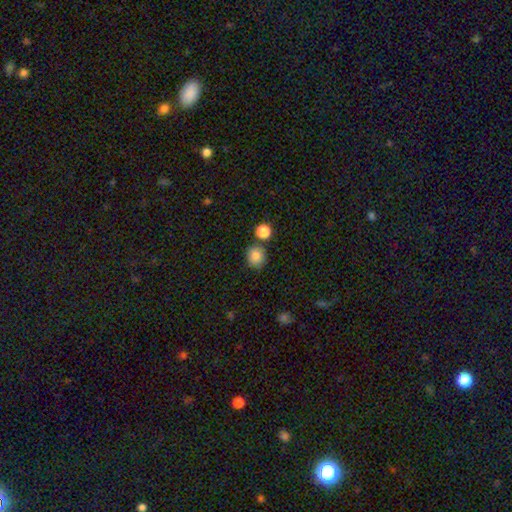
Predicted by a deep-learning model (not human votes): smooth 85%, star or artifact 10%, featured or disk 6%. Down the decision tree: how rounded — round (84%); merging — none (79%).